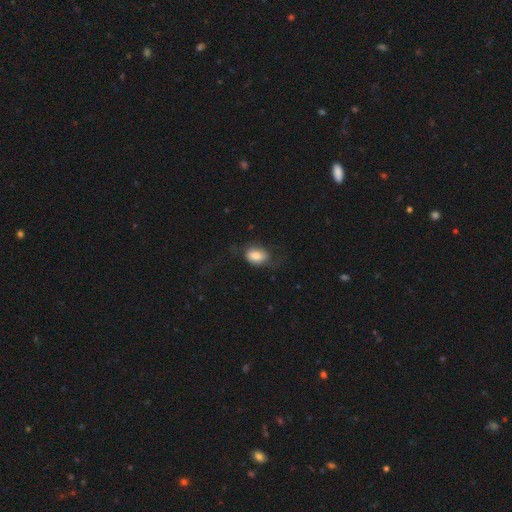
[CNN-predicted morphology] Smooth or featured? smooth (71%)
How rounded? in between (75%)
Merging? none (54%)